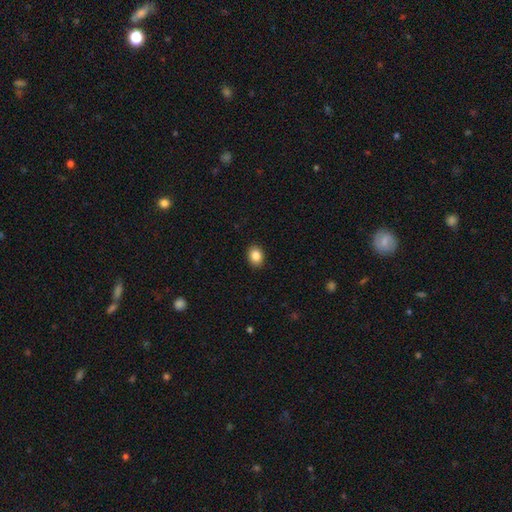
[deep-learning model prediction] A smooth galaxy with no disk features (86%) that is in between round and cigar-shaped (57%). Merging: none (91%).